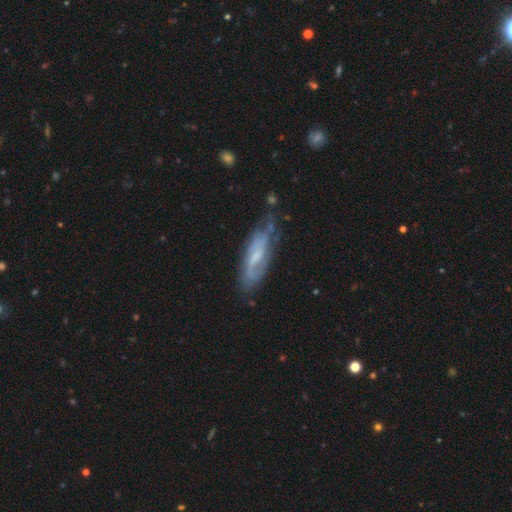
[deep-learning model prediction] featured or disk 68%, smooth 25%, star or artifact 7%. Down the decision tree: edge-on disk — no (78%); bar — weak (47%); spiral arms — yes (84%); bulge size — small (48%); merging — none (61%).